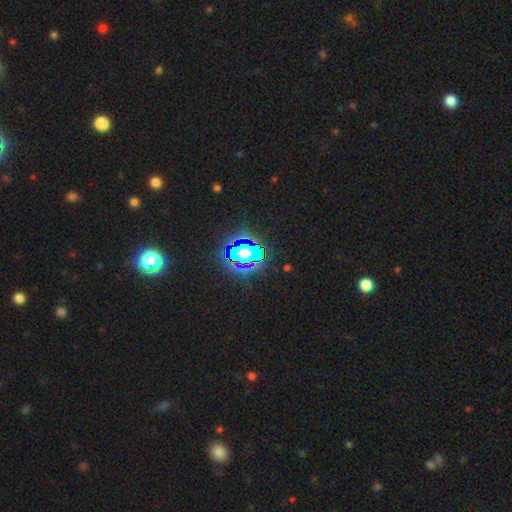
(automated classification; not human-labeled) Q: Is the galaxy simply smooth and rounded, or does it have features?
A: star or artifact — 81%.